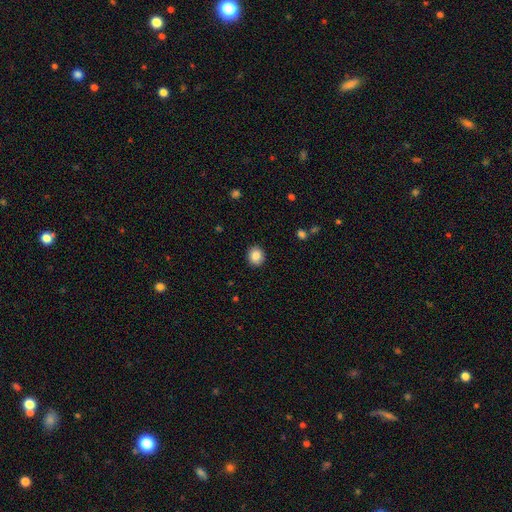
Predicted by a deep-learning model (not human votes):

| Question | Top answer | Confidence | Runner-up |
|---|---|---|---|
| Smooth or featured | smooth | 87% | star or artifact (9%) |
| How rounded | round | 79% | in between (21%) |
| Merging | none | 91% | minor disturbance (6%) |